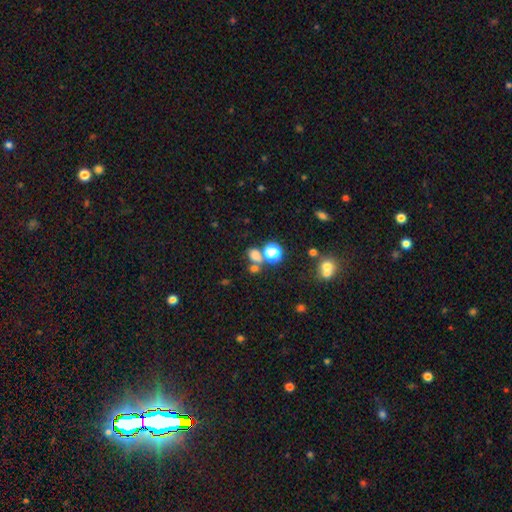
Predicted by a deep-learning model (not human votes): Overall: smooth (66%; star or artifact 26%). How rounded: in between (49%, tied with round). Merging: none (56%; merger 28%).